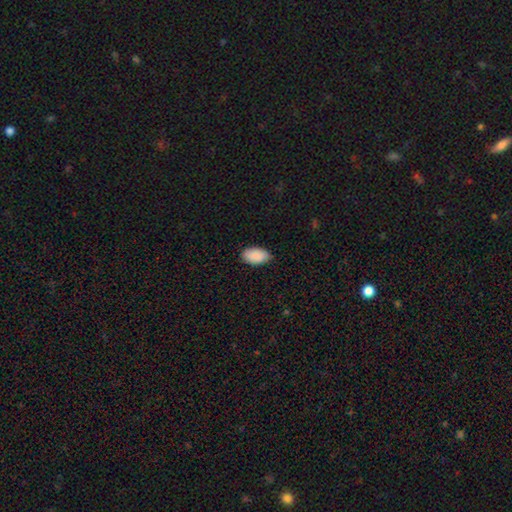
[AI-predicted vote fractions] Q: Smooth or featured?
A: smooth (89%); runner-up: star or artifact (6%)
Q: How rounded?
A: in between (95%); runner-up: round (4%)
Q: Merging?
A: none (83%); runner-up: minor disturbance (14%)